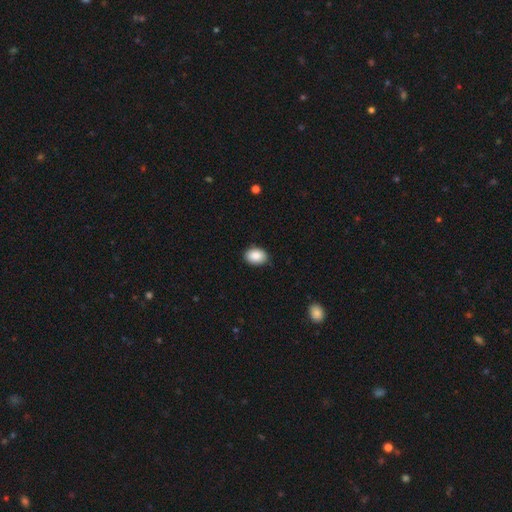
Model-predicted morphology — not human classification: Smooth or featured? smooth (88%)
How rounded? in between (75%)
Merging? none (86%)